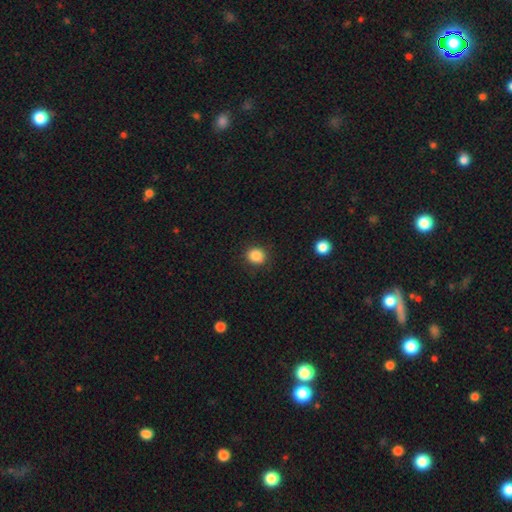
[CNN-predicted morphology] type=smooth (85%); roundness=round (79%); merging=none (88%).